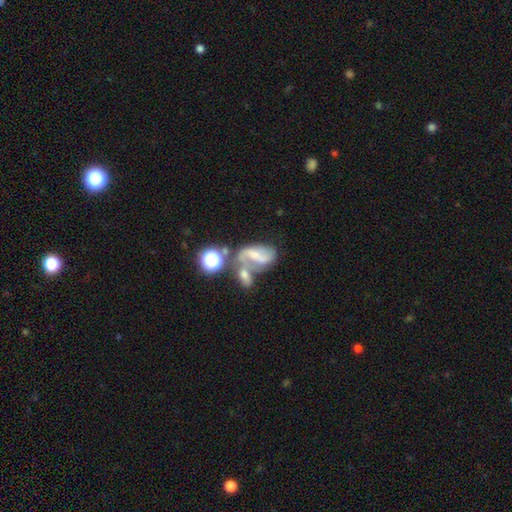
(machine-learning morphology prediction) featured or disk 58%, smooth 28%, star or artifact 14%. Down the decision tree: edge-on disk — no (95%); bar — weak (39%); spiral arms — yes (77%); bulge size — small (46%); merging — merger (49%).